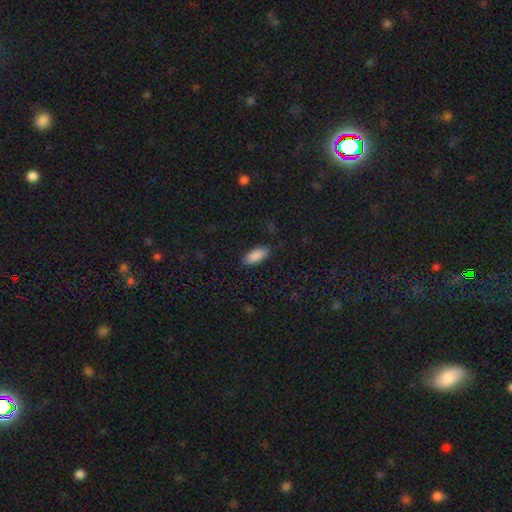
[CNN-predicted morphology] Smooth or featured? Predicted: smooth (p=0.89). How rounded? Predicted: in between (p=0.85). Merging? Predicted: none (p=0.87).